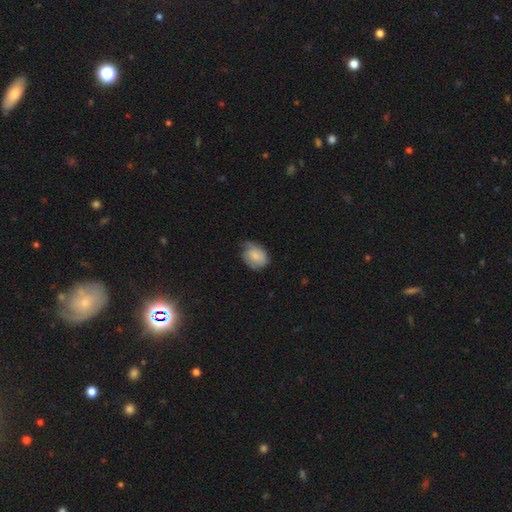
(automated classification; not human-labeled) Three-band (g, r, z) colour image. It shows a smooth galaxy with no disk features (59%) that is in between round and cigar-shaped (64%). Merging: none (54%).